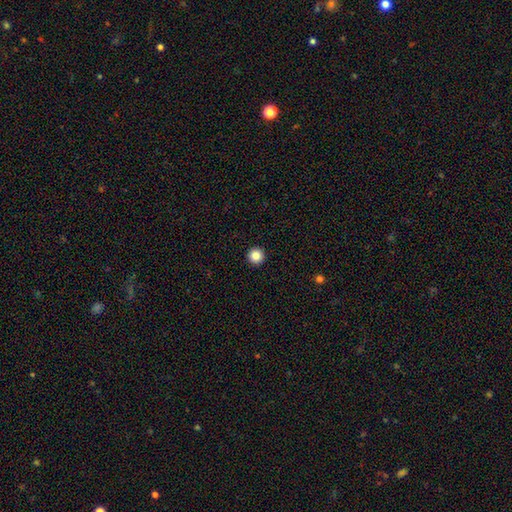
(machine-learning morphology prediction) The model was most divided on "smooth or featured": smooth: 84%, star or artifact: 11%, featured or disk: 5%. More confident: how rounded — round (97%); merging — none (94%).